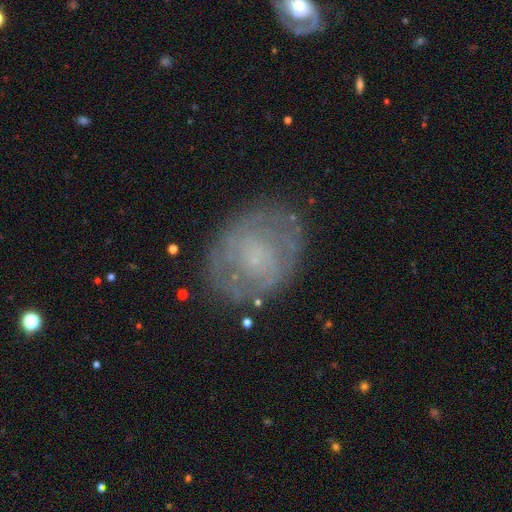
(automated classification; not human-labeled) The model was most divided on "smooth or featured": featured or disk: 60%, smooth: 30%, star or artifact: 10%. More confident: edge-on disk — no (97%); bar — no (76%); merging — none (75%); spiral arms — yes (67%); bulge size — small (58%).